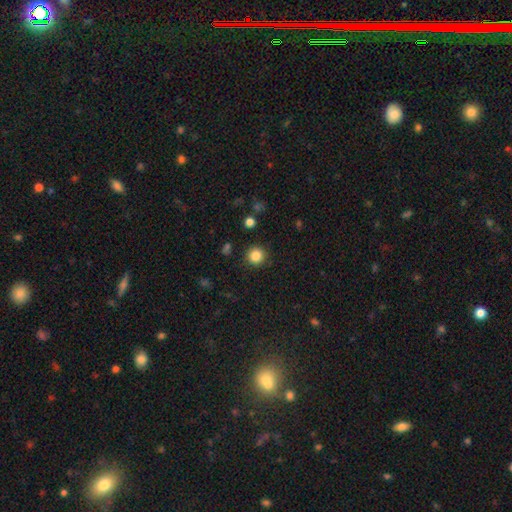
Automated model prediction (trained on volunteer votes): The model was most divided on "smooth or featured": smooth: 85%, star or artifact: 11%, featured or disk: 4%. More confident: how rounded — round (94%); merging — none (90%).